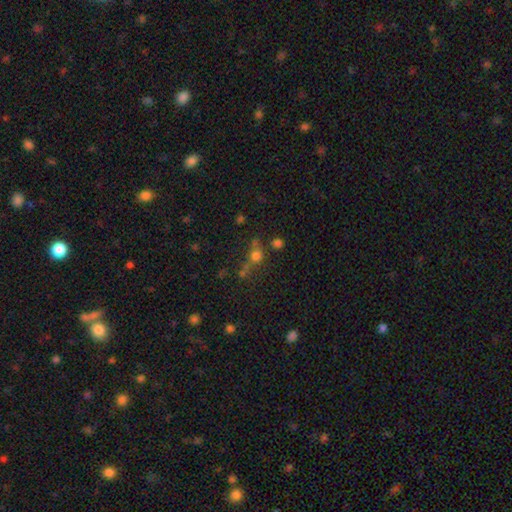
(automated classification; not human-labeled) A smooth galaxy with no disk features (65%) that is round (83%). Merging: none (52%).